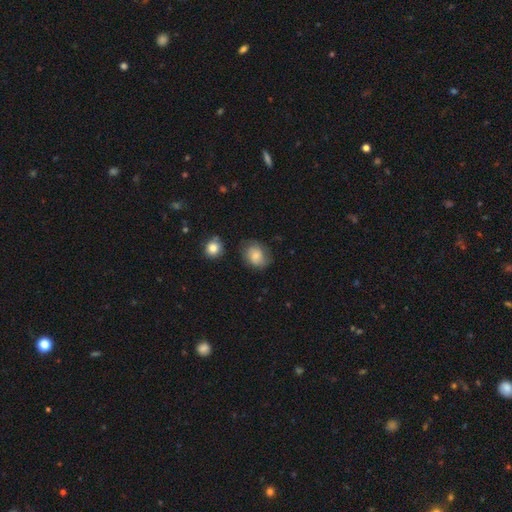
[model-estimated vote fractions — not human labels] A smooth galaxy with no disk features (70%) that is in between round and cigar-shaped (51%).

Vote fractions:
- Smooth or featured? smooth: 70% / featured or disk: 21% / star or artifact: 9%
- How rounded? in between: 51% / round: 48% / cigar-shaped: 1%
- Merging? none: 66% / minor disturbance: 24% / major disturbance: 7% / merger: 3%